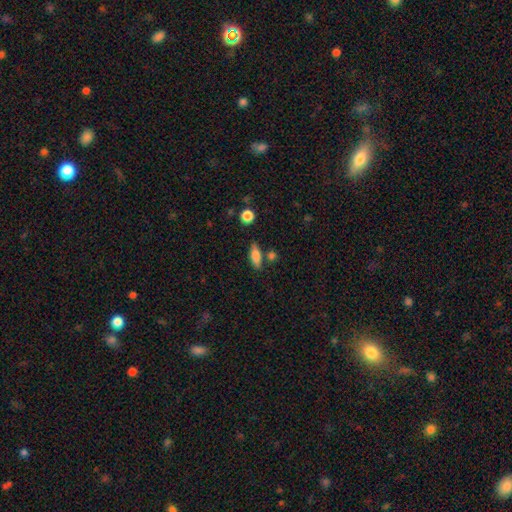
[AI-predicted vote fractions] Overall: smooth (74%). How rounded: in between (65%; cigar-shaped 31%). Merging: none (75%).